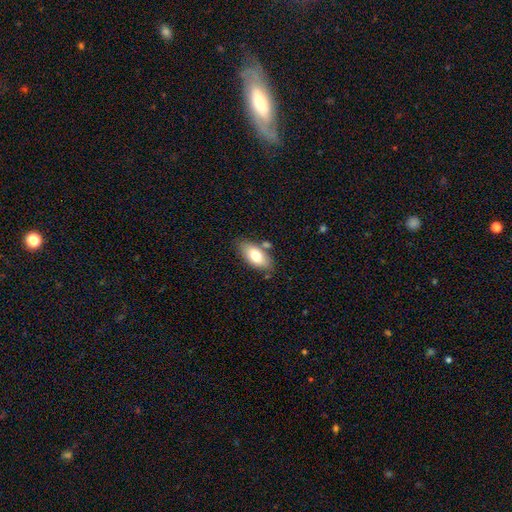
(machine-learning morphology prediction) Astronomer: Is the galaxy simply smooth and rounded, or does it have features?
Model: smooth — 75%.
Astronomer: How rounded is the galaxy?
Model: in between — 91%.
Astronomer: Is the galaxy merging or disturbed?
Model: none — 74%.